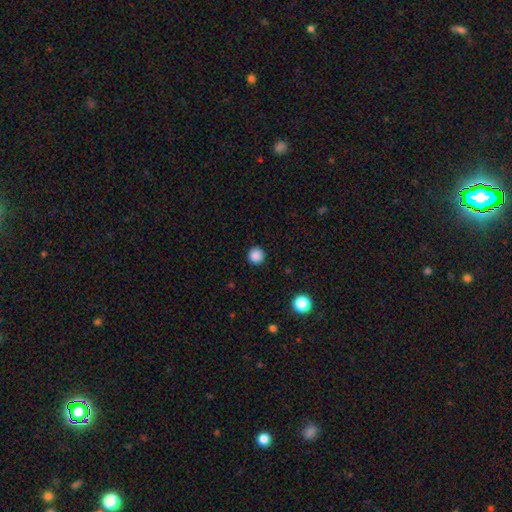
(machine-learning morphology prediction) A smooth galaxy with no disk features (87%) that is round (96%).

Vote fractions:
- Smooth or featured? smooth: 87% / star or artifact: 11% / featured or disk: 3%
- How rounded? round: 96% / in between: 3% / cigar-shaped: 1%
- Merging? none: 92% / minor disturbance: 5% / major disturbance: 2% / merger: 1%